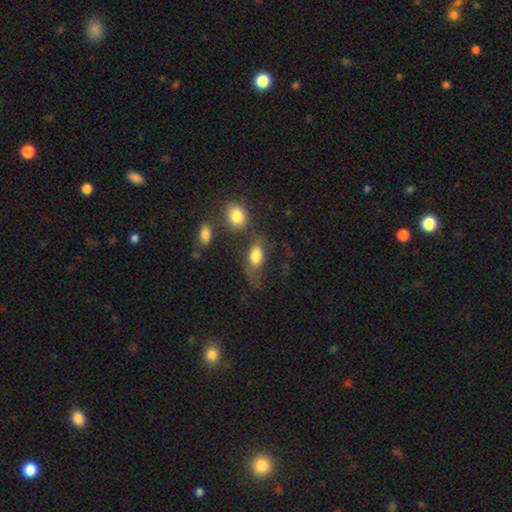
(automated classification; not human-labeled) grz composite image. It shows a smooth galaxy with no disk features (76%) that is in between round and cigar-shaped (85%). Merging: none (40%).